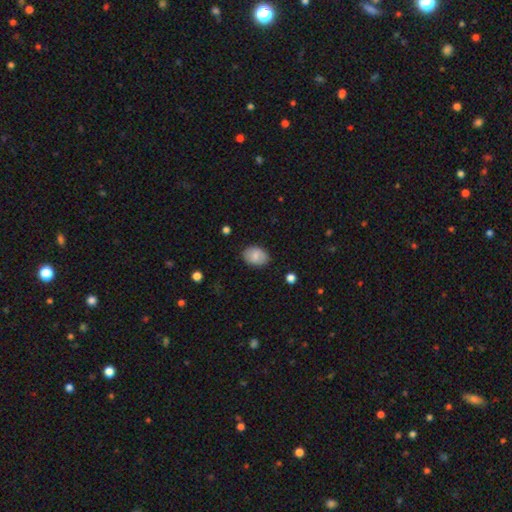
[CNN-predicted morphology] This is clearly a smooth galaxy (80%). How rounded: likely in between (78%). Merging: clearly none (84%).